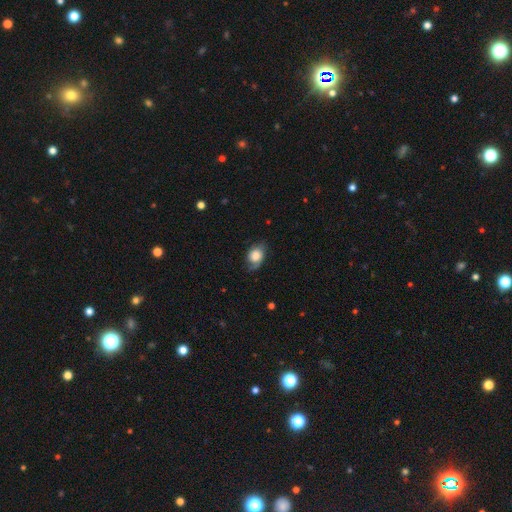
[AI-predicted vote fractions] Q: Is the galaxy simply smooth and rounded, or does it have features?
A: smooth — 62%.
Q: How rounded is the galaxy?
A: in between — 63%.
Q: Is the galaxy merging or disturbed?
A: none — 62%.